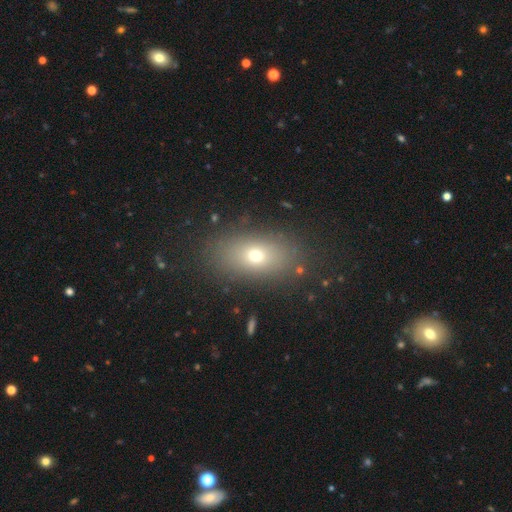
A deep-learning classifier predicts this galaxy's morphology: smooth 66%, featured or disk 18%, star or artifact 16%. Down the decision tree: how rounded — in between (79%); merging — none (85%).